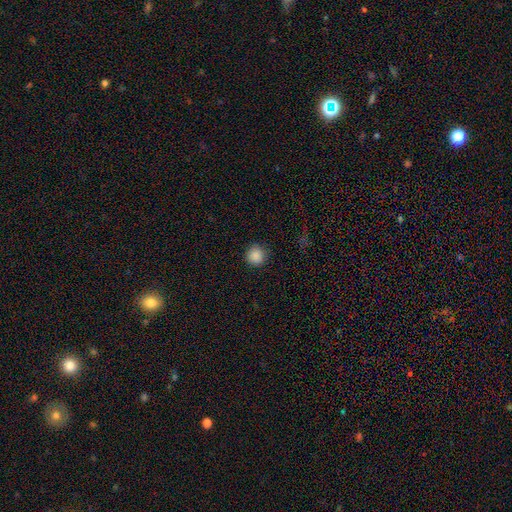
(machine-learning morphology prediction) Smooth or featured? Predicted: smooth (p=0.88). How rounded? Predicted: round (p=0.94). Merging? Predicted: none (p=0.89).